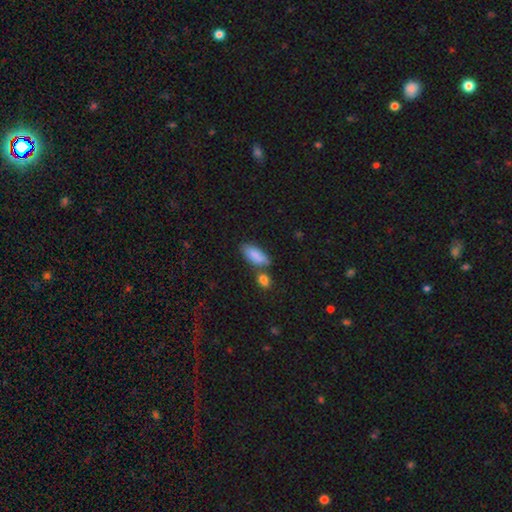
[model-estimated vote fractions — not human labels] Smooth or featured?
  - smooth: 84% *
  - featured or disk: 9%
  - star or artifact: 7%
How rounded?
  - in between: 83% *
  - cigar-shaped: 14%
  - round: 3%
Merging?
  - none: 55% *
  - merger: 23%
  - minor disturbance: 17%
  - major disturbance: 5%